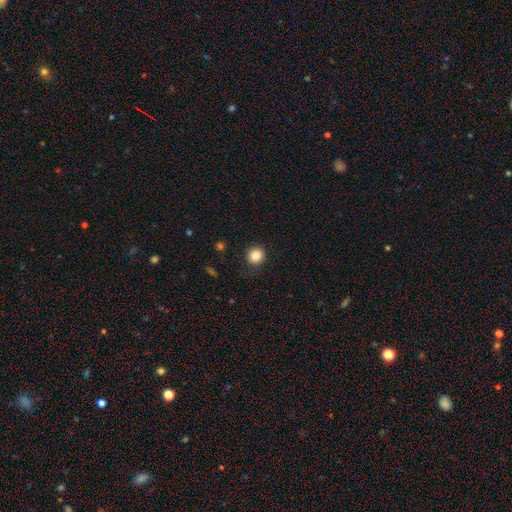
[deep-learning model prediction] Smooth or featured?
  - smooth: 86% *
  - star or artifact: 10%
  - featured or disk: 4%
How rounded?
  - round: 90% *
  - in between: 9%
  - cigar-shaped: 1%
Merging?
  - none: 87% *
  - minor disturbance: 9%
  - major disturbance: 3%
  - merger: 1%